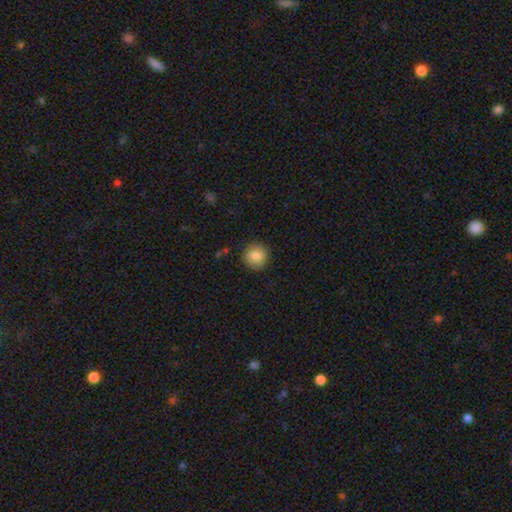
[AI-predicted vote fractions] Q: Smooth or featured?
A: smooth (87%); runner-up: star or artifact (8%)
Q: How rounded?
A: round (93%); runner-up: in between (6%)
Q: Merging?
A: none (90%); runner-up: minor disturbance (7%)